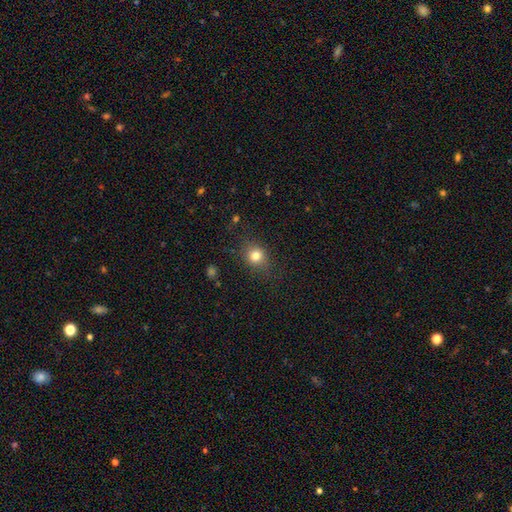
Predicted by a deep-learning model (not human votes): Smooth or featured? Predicted: smooth (p=0.79). How rounded? Predicted: round (p=0.72). Merging? Predicted: none (p=0.81).